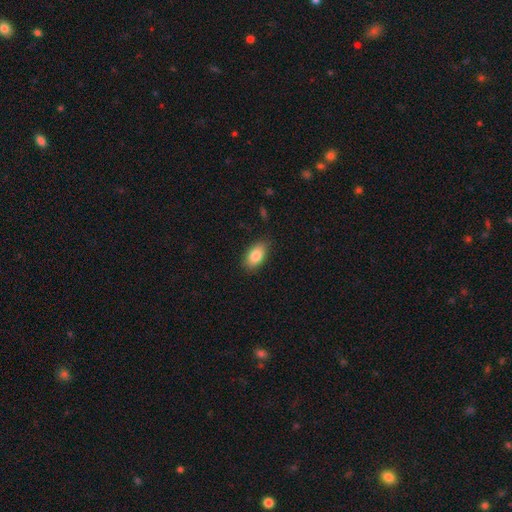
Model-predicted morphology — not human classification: smooth 85%, featured or disk 8%, star or artifact 7%. Down the decision tree: how rounded — in between (92%); merging — none (84%).